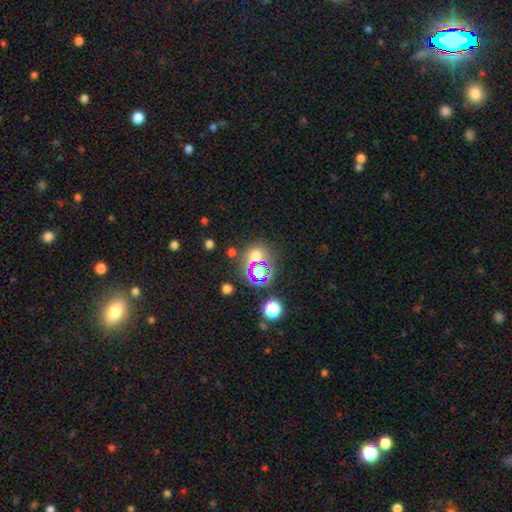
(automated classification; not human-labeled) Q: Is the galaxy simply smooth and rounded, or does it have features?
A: smooth — 50%.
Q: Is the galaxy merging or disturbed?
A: none — 68%.